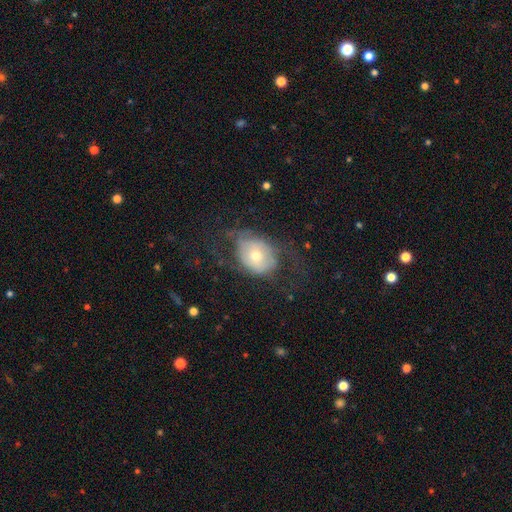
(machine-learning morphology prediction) Smooth or featured: smooth — 48% (featured or disk — 43%)
Merging: none — 44% (major disturbance — 31%)